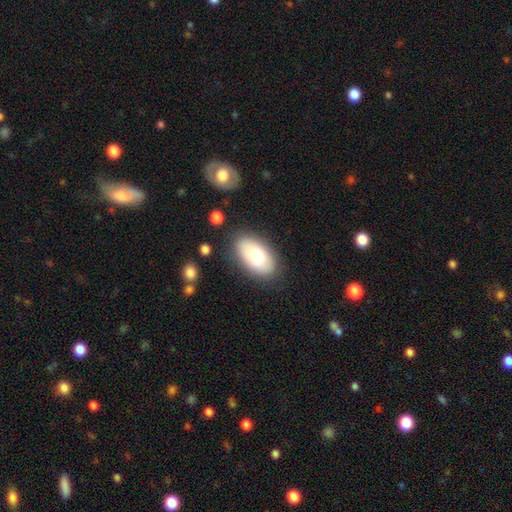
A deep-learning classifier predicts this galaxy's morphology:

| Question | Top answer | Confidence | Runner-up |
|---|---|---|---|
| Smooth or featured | smooth | 81% | featured or disk (12%) |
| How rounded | in between | 94% | round (4%) |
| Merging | none | 81% | minor disturbance (13%) |